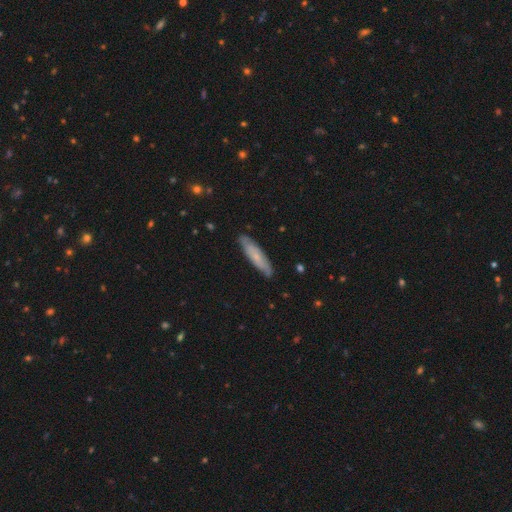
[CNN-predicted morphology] The model was most divided on "smooth or featured": smooth: 56%, featured or disk: 38%, star or artifact: 6%. More confident: merging — none (83%); how rounded — cigar-shaped (75%).